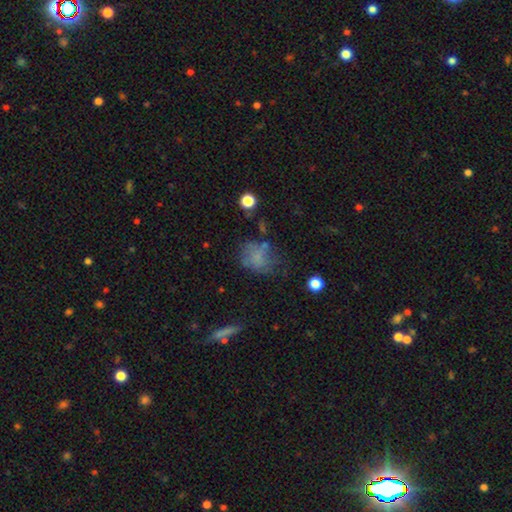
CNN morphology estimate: Smooth or featured? Predicted: smooth (p=0.58). How rounded? Predicted: round (p=0.51). Merging? Predicted: none (p=0.45).